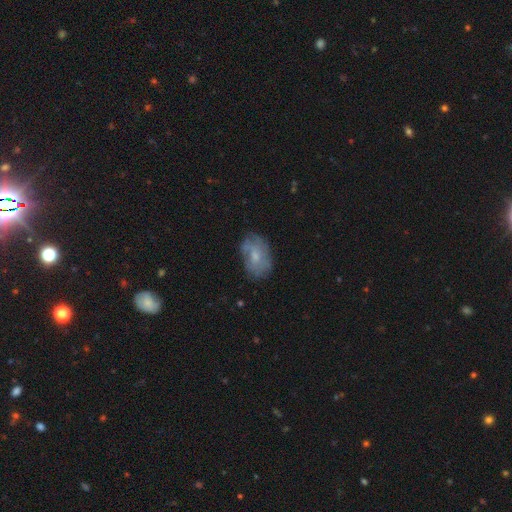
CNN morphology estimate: smooth-or-featured: smooth: 51% | featured or disk: 41% | star or artifact: 9%
  how-rounded: in between: 85% | round: 13% | cigar-shaped: 1%
  merging: none: 63% | minor disturbance: 25% | major disturbance: 10% | merger: 2%